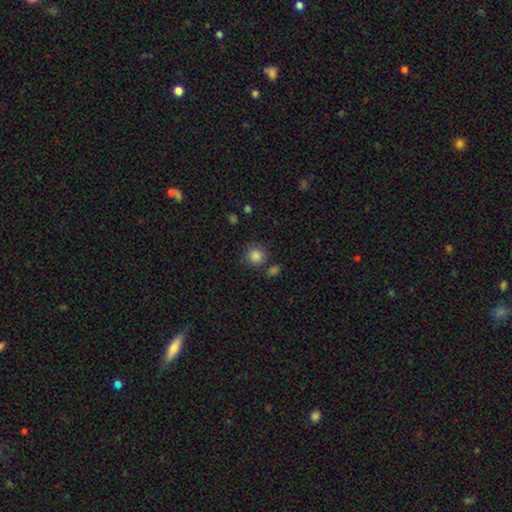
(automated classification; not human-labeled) Smooth or featured: smooth — 85% (star or artifact — 10%)
How rounded: round — 92% (in between — 7%)
Merging: none — 78% (minor disturbance — 10%)